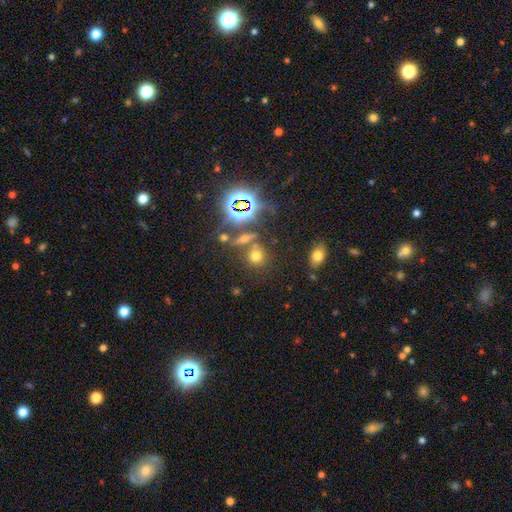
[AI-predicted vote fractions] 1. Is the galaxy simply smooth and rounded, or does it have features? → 58% smooth, 33% star or artifact, 10% featured or disk.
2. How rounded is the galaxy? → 76% round, 21% in between, 3% cigar-shaped.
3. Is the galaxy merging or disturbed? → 67% none, 17% merger, 10% minor disturbance, 5% major disturbance.